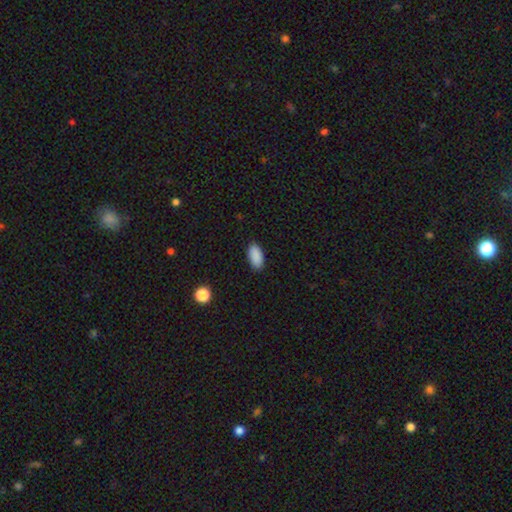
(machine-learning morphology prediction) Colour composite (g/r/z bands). It shows a smooth galaxy with no disk features (90%) that is in between round and cigar-shaped (93%). Merging: none (88%).